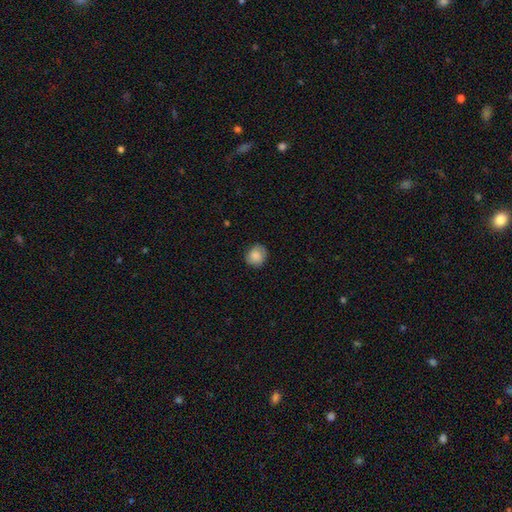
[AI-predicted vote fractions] Morphology: type=smooth (86%); roundness=round (81%); merging=none (80%).